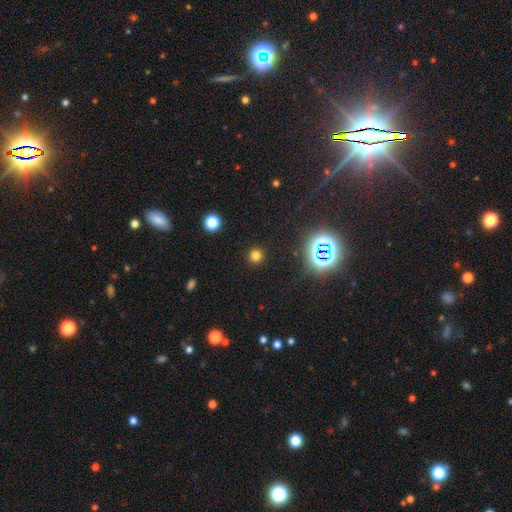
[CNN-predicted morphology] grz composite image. It shows a smooth galaxy with no disk features (74%) that is round (94%). Merging: none (91%).